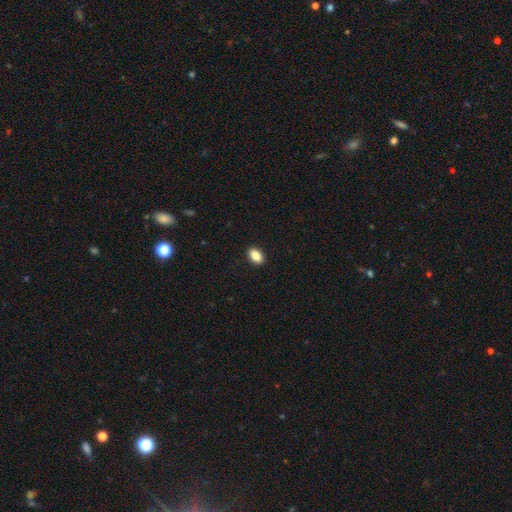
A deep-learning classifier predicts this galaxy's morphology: Q: Smooth or featured?
A: smooth (87%); runner-up: star or artifact (8%)
Q: How rounded?
A: in between (89%); runner-up: round (9%)
Q: Merging?
A: none (91%); runner-up: minor disturbance (7%)